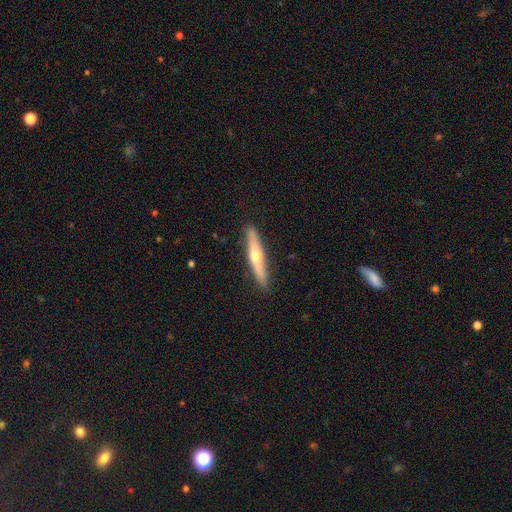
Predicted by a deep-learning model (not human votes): Smooth or featured? featured or disk (56%)
Edge-on disk? yes (94%)
Edge-on bulge? rounded (90%)
Merging? none (90%)